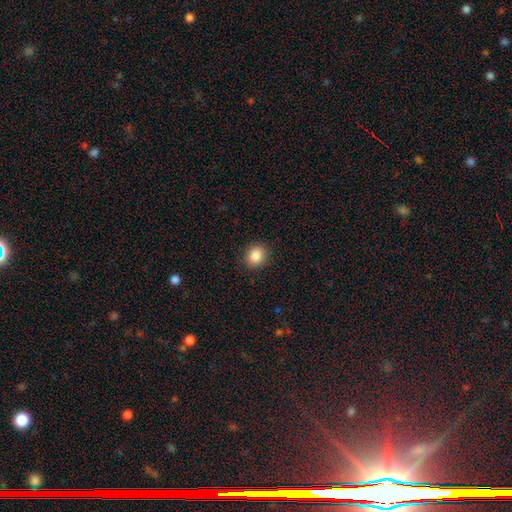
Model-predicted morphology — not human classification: A smooth galaxy with no disk features (86%) that is round (75%).

Vote fractions:
- Smooth or featured? smooth: 86% / star or artifact: 10% / featured or disk: 5%
- How rounded? round: 75% / in between: 24% / cigar-shaped: 1%
- Merging? none: 90% / minor disturbance: 7% / major disturbance: 2% / merger: 1%